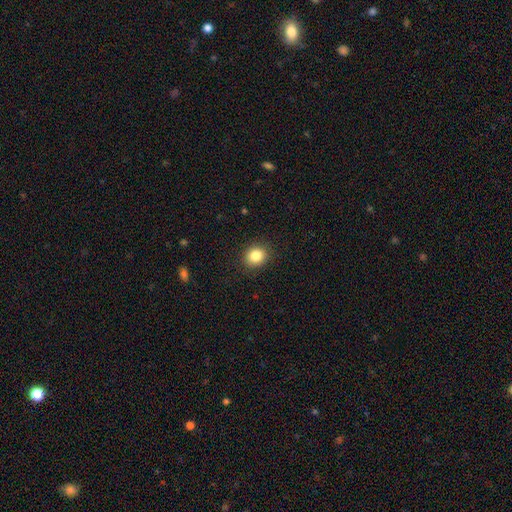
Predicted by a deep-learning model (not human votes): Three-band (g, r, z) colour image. It shows a smooth galaxy with no disk features (84%) that is round (69%). Merging: none (89%).